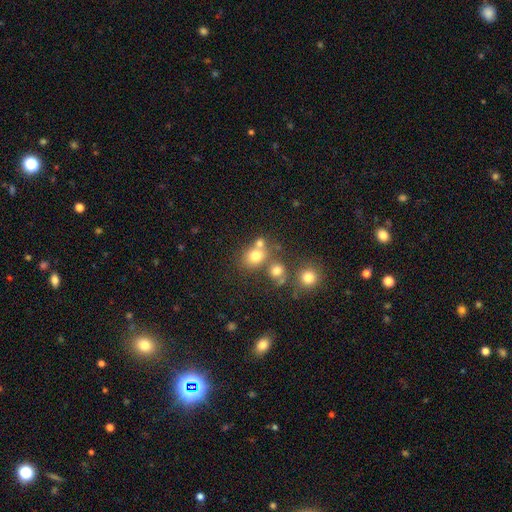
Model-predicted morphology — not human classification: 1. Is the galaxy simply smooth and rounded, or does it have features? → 73% smooth, 16% star or artifact, 11% featured or disk.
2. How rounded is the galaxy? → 69% round, 30% in between, 1% cigar-shaped.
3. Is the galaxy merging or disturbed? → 53% none, 31% merger, 10% minor disturbance, 5% major disturbance.